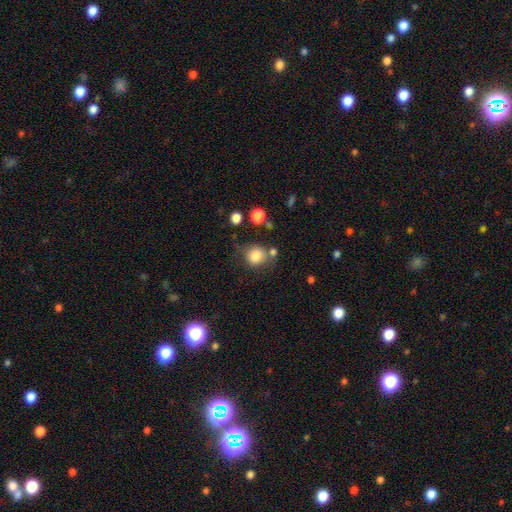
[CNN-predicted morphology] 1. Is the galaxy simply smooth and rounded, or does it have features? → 82% smooth, 11% star or artifact, 8% featured or disk.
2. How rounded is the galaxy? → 80% round, 19% in between, 1% cigar-shaped.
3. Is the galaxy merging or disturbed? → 66% none, 17% minor disturbance, 11% merger, 6% major disturbance.